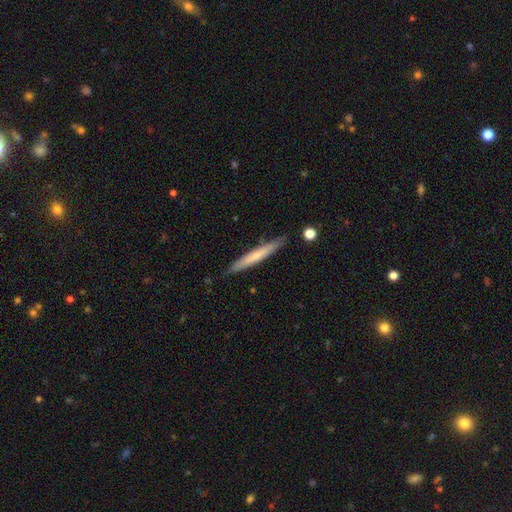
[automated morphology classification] Smooth or featured?
  - smooth: 59% *
  - featured or disk: 36%
  - star or artifact: 5%
How rounded?
  - cigar-shaped: 96% *
  - in between: 3%
  - round: 1%
Merging?
  - none: 86% *
  - minor disturbance: 10%
  - merger: 2%
  - major disturbance: 2%